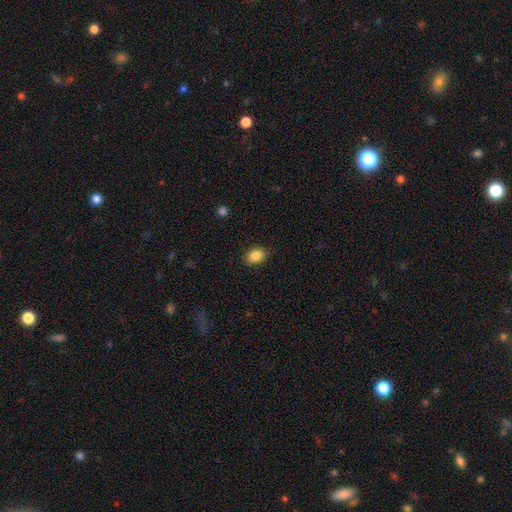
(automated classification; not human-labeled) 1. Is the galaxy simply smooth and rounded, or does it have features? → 87% smooth, 8% star or artifact, 5% featured or disk.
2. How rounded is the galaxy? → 80% in between, 18% round, 1% cigar-shaped.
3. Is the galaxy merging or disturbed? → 85% none, 11% minor disturbance, 3% major disturbance, 1% merger.